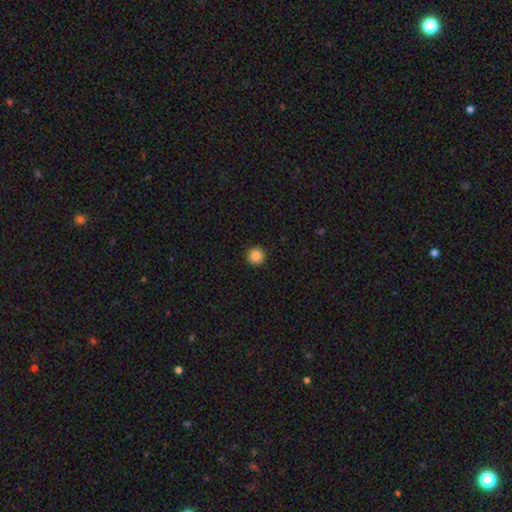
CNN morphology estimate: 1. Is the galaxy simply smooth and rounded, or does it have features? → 86% smooth, 10% star or artifact, 4% featured or disk.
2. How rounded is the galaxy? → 96% round, 3% in between, 1% cigar-shaped.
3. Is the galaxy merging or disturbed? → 93% none, 4% minor disturbance, 1% major disturbance, 1% merger.